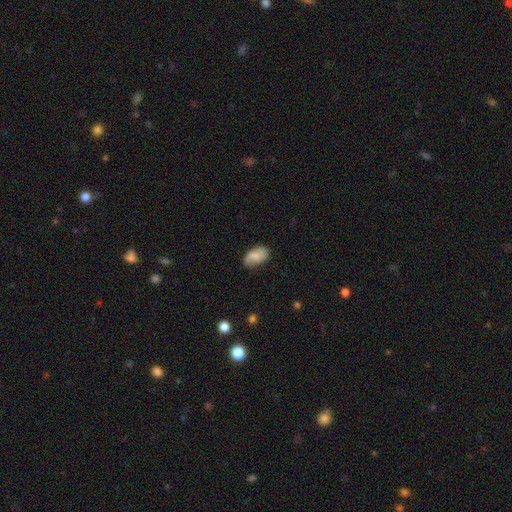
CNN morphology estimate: Q: Smooth or featured?
A: smooth (70%); runner-up: featured or disk (22%)
Q: How rounded?
A: in between (93%); runner-up: round (5%)
Q: Merging?
A: none (73%); runner-up: minor disturbance (22%)